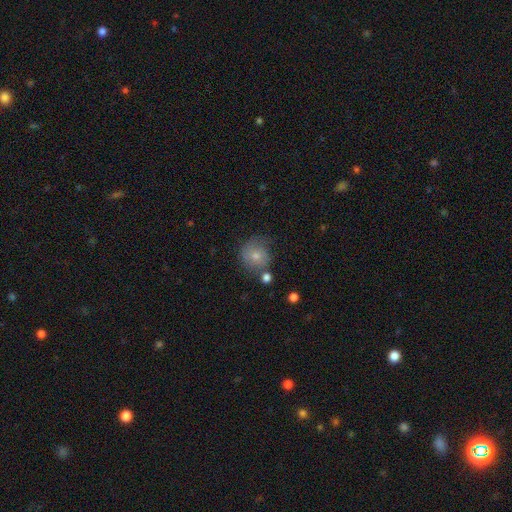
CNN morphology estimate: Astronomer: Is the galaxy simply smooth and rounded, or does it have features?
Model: smooth — 72%.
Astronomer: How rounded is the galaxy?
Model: round — 85%.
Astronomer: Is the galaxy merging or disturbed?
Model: none — 56%.